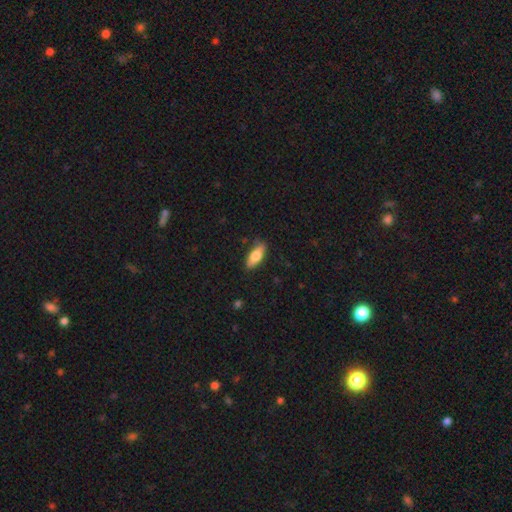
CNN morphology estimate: Smooth or featured: smooth — 73% (featured or disk — 21%)
How rounded: in between — 72% (cigar-shaped — 25%)
Merging: none — 81% (minor disturbance — 15%)